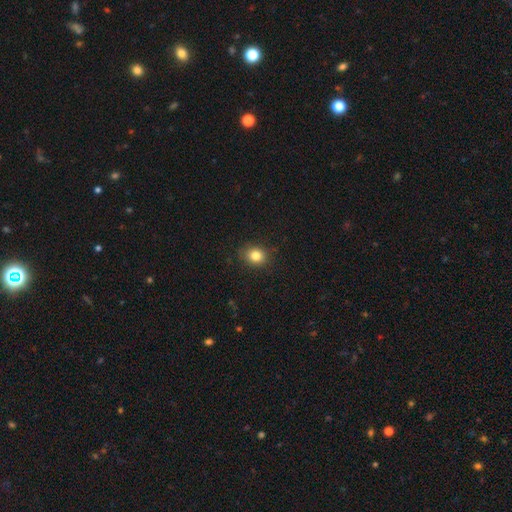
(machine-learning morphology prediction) Q: Smooth or featured?
A: smooth (83%); runner-up: star or artifact (11%)
Q: How rounded?
A: round (62%); runner-up: in between (37%)
Q: Merging?
A: none (86%); runner-up: minor disturbance (10%)